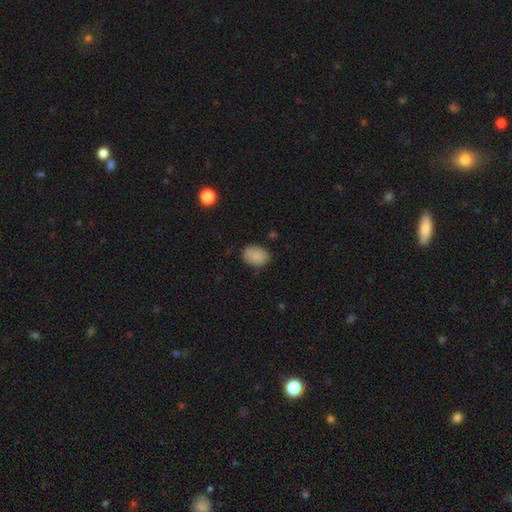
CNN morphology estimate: A smooth galaxy with no disk features (86%) that is in between round and cigar-shaped (70%). Merging: none (77%).